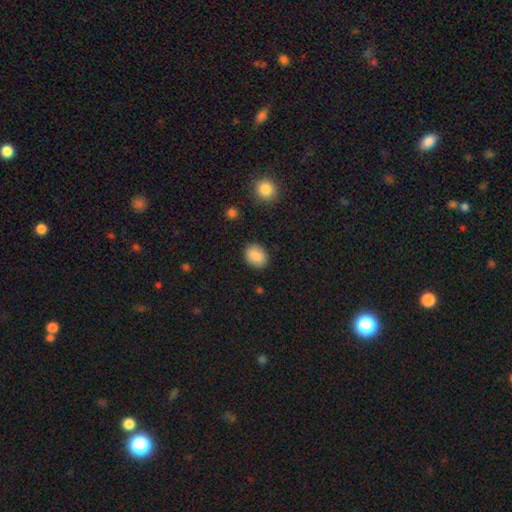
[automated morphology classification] The model was most divided on "how rounded": in between: 64%, round: 35%, cigar-shaped: 1%. More confident: smooth or featured — smooth (88%); merging — none (86%).